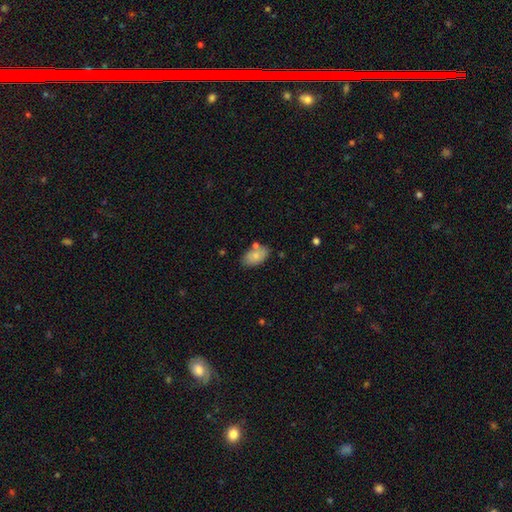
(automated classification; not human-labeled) A smooth galaxy with no disk features (77%) that is in between round and cigar-shaped (93%).

Vote fractions:
- Smooth or featured? smooth: 77% / featured or disk: 16% / star or artifact: 7%
- How rounded? in between: 93% / round: 5% / cigar-shaped: 2%
- Merging? none: 70% / minor disturbance: 16% / merger: 11% / major disturbance: 3%